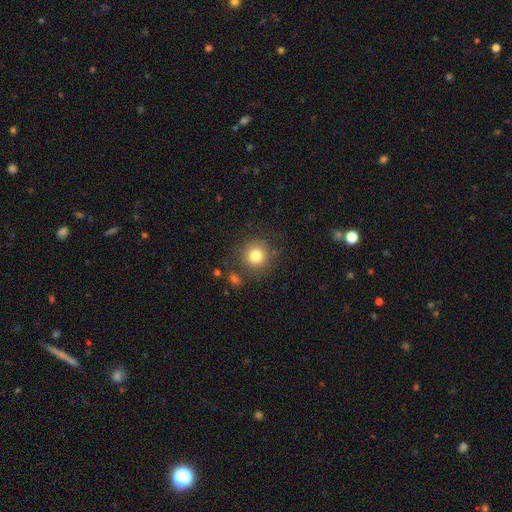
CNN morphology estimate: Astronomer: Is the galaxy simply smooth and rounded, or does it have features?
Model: smooth — 80%.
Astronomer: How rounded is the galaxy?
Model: round — 93%.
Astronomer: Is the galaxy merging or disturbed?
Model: none — 83%.